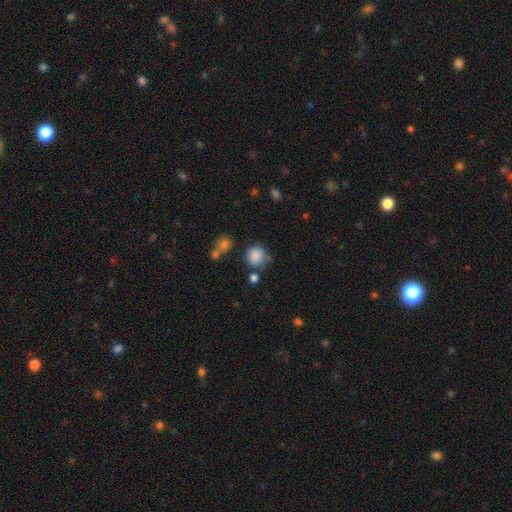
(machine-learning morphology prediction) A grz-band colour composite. It shows a smooth galaxy with no disk features (85%) that is round (84%). Merging: none (69%).